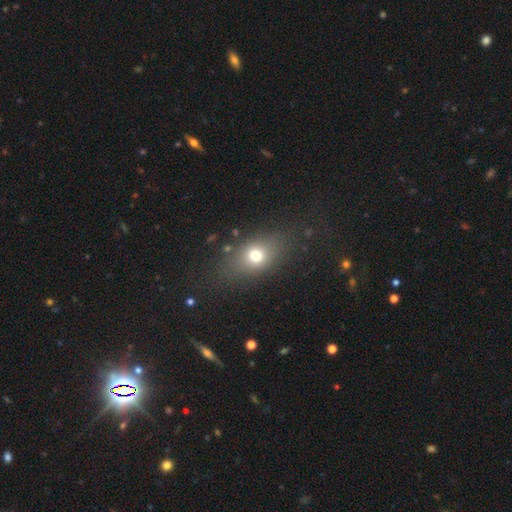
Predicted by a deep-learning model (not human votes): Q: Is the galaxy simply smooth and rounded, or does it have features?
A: smooth — 72%.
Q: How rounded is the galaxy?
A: in between — 62%.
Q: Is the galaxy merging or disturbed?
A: none — 78%.